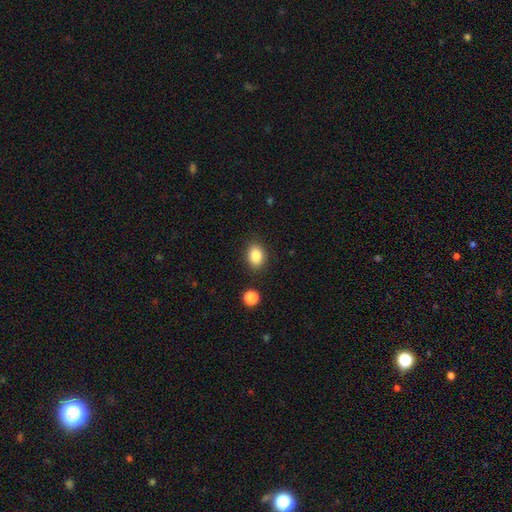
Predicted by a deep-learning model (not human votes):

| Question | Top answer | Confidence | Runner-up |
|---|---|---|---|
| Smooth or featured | smooth | 86% | star or artifact (9%) |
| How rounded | in between | 67% | round (32%) |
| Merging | none | 85% | minor disturbance (9%) |